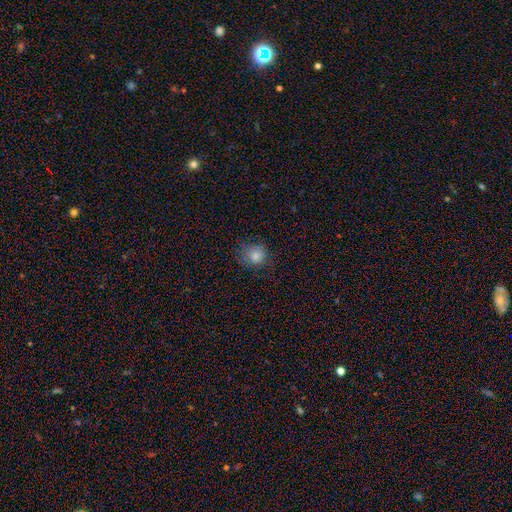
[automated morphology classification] smooth_or_featured: smooth (p=0.80) [alt: star or artifact p=0.13]
how_rounded: round (p=0.82) [alt: in between p=0.17]
merging: none (p=0.73) [alt: minor disturbance p=0.19]